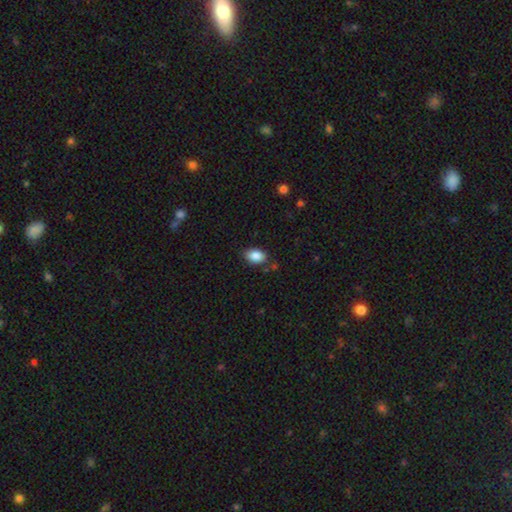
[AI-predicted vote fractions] smooth_or_featured: smooth (p=0.86) [alt: star or artifact p=0.08]
how_rounded: in between (p=0.88) [alt: round p=0.11]
merging: none (p=0.81) [alt: minor disturbance p=0.13]